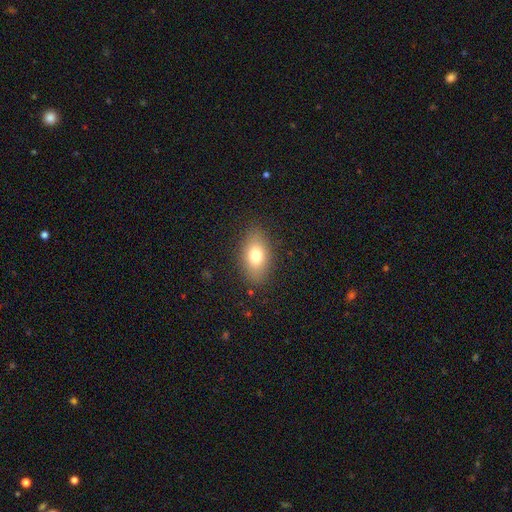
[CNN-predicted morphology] smooth_or_featured: smooth (p=0.76) [alt: featured or disk p=0.14]
how_rounded: in between (p=0.88) [alt: round p=0.08]
merging: none (p=0.85) [alt: minor disturbance p=0.11]